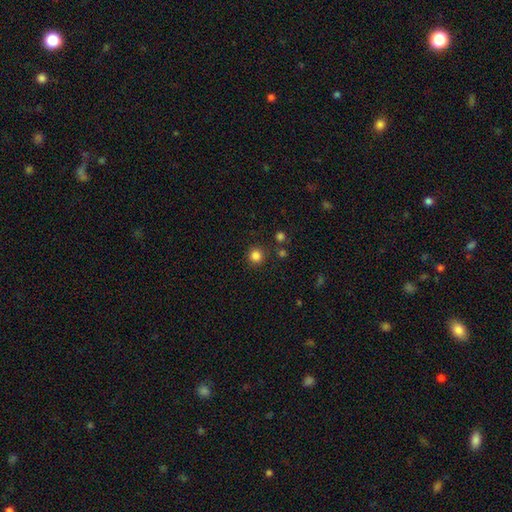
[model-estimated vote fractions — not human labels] Morphology: type=smooth (83%); roundness=round (94%); merging=none (88%).